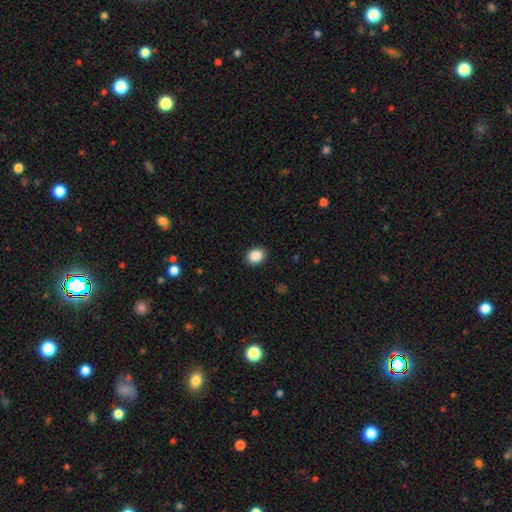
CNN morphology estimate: A smooth galaxy with no disk features (89%) that is in between round and cigar-shaped (55%).

Vote fractions:
- Smooth or featured? smooth: 89% / star or artifact: 8% / featured or disk: 3%
- How rounded? in between: 55% / round: 44% / cigar-shaped: 1%
- Merging? none: 89% / minor disturbance: 8% / major disturbance: 2% / merger: 1%